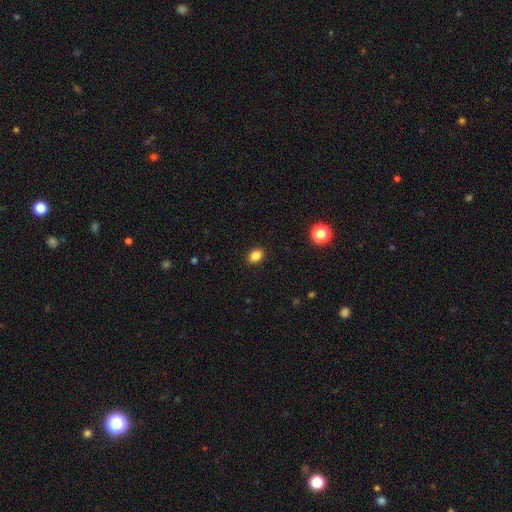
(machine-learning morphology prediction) smooth-or-featured: smooth: 84% | star or artifact: 11% | featured or disk: 5%
  how-rounded: in between: 69% | round: 30% | cigar-shaped: 1%
  merging: none: 90% | minor disturbance: 7% | major disturbance: 2% | merger: 1%